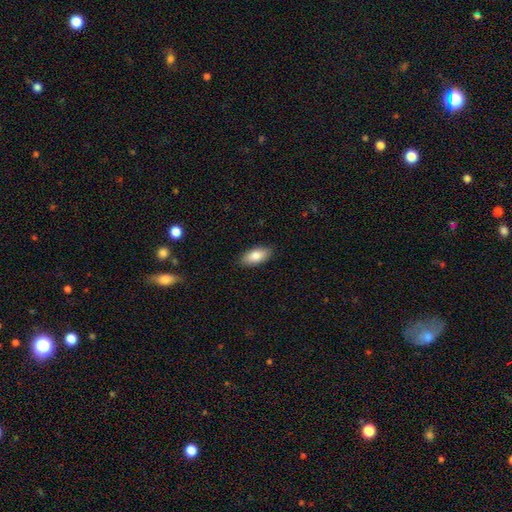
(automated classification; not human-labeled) smooth_or_featured: smooth (p=0.84) [alt: featured or disk p=0.10]
how_rounded: in between (p=0.89) [alt: cigar-shaped p=0.08]
merging: none (p=0.88) [alt: minor disturbance p=0.09]